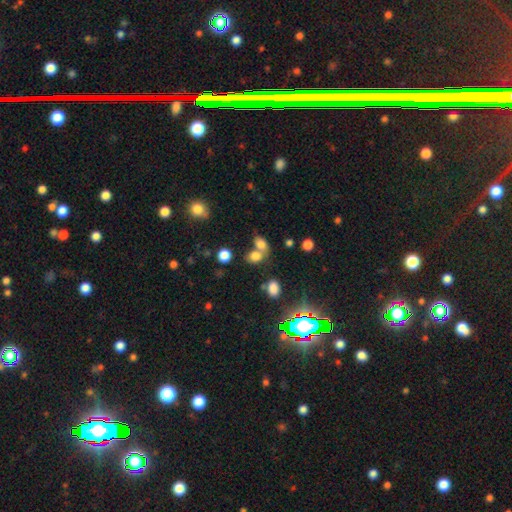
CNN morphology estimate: Smooth or featured? smooth (73%)
How rounded? in between (59%)
Merging? merger (50%)